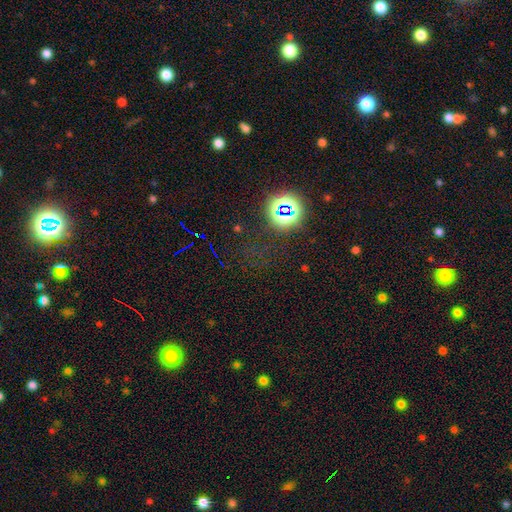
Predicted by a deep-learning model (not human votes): smooth_or_featured: star or artifact (p=0.68) [alt: smooth p=0.22]